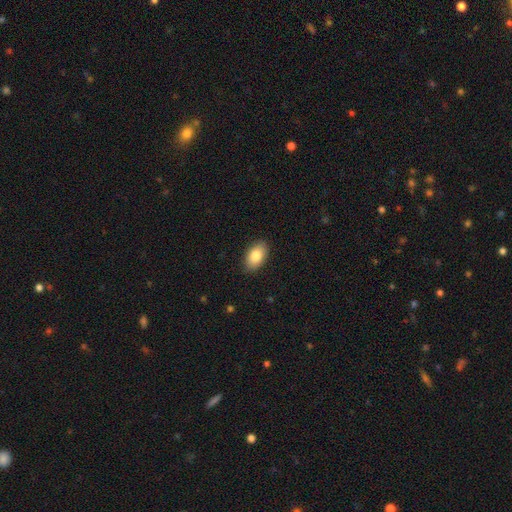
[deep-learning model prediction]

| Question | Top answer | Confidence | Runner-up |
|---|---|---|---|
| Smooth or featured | smooth | 84% | featured or disk (9%) |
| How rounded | in between | 93% | round (5%) |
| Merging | none | 88% | minor disturbance (9%) |